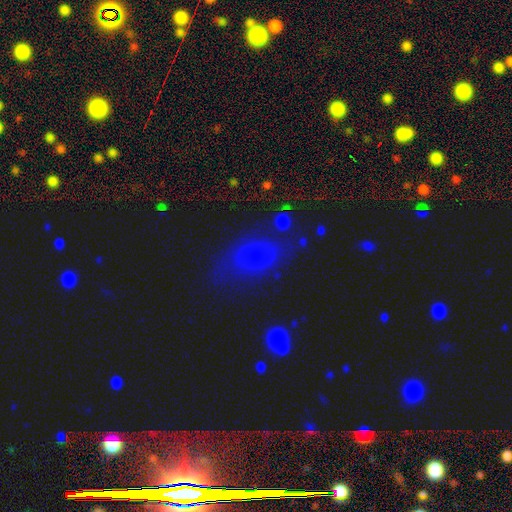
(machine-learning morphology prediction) type=smooth (53%); roundness=in between (62%); merging=none (71%).